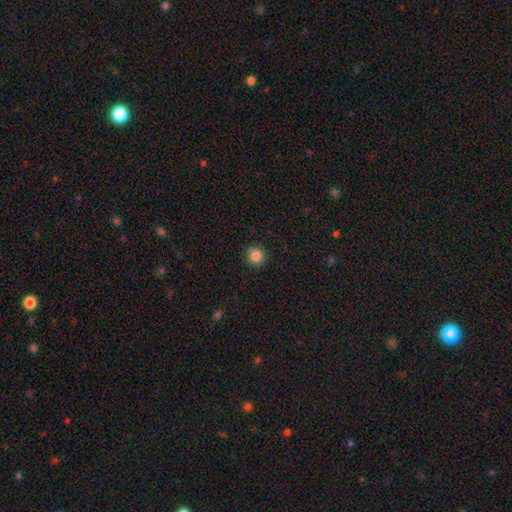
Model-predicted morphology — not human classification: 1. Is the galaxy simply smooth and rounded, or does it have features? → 86% smooth, 10% star or artifact, 4% featured or disk.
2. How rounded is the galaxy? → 89% round, 10% in between, 1% cigar-shaped.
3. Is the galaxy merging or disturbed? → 90% none, 7% minor disturbance, 2% major disturbance, 1% merger.